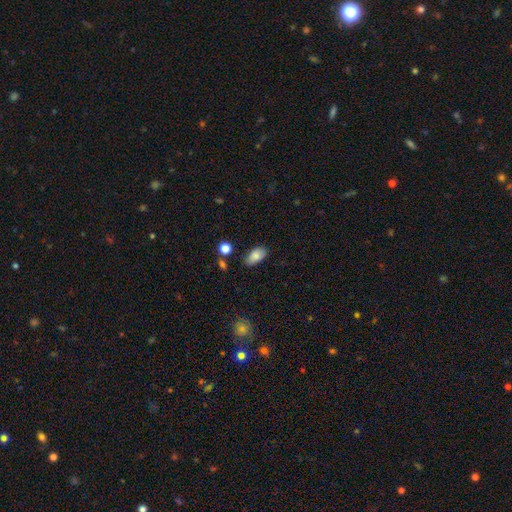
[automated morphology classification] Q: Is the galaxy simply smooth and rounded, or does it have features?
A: smooth — 84%.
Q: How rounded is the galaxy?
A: in between — 93%.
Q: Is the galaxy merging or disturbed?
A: none — 81%.